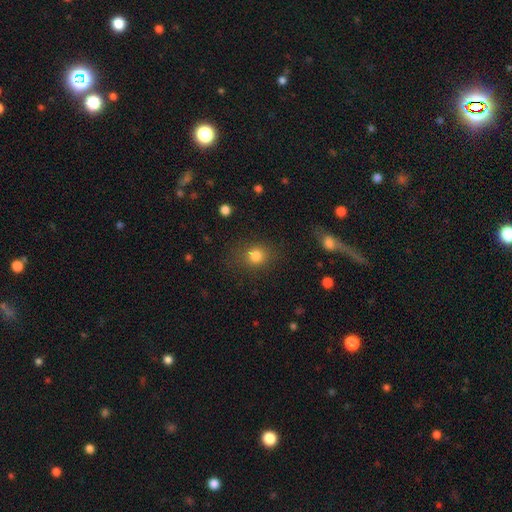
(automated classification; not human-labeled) Morphology: type=smooth (81%); roundness=round (72%); merging=none (78%).